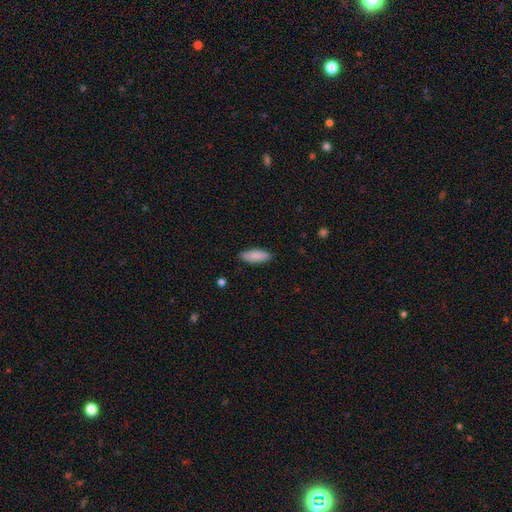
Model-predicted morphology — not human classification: The model was most divided on "how rounded": in between: 70%, cigar-shaped: 29%, round: 2%. More confident: smooth or featured — smooth (89%); merging — none (88%).